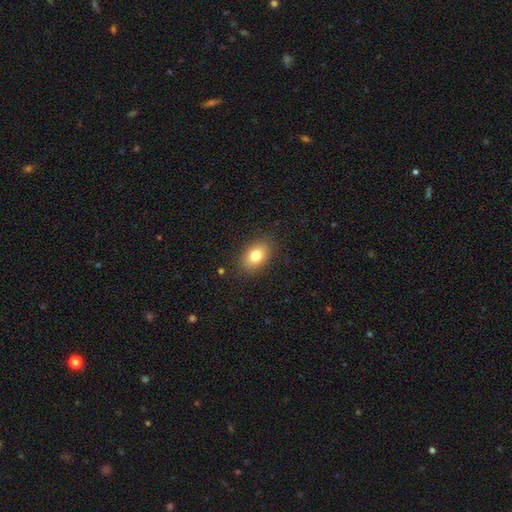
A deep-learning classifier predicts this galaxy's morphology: A smooth galaxy with no disk features (80%) that is in between round and cigar-shaped (85%). Merging: none (86%).